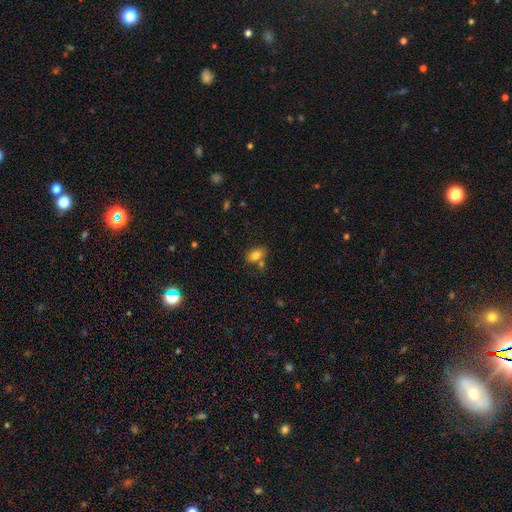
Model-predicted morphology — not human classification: Q: Smooth or featured?
A: smooth (79%); runner-up: featured or disk (11%)
Q: How rounded?
A: in between (83%); runner-up: round (15%)
Q: Merging?
A: none (63%); runner-up: merger (19%)